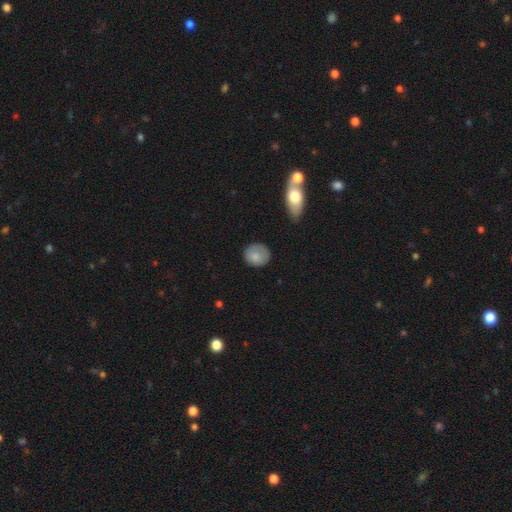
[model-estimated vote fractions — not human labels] Overall: smooth (83%). How rounded: round (78%). Merging: none (72%).